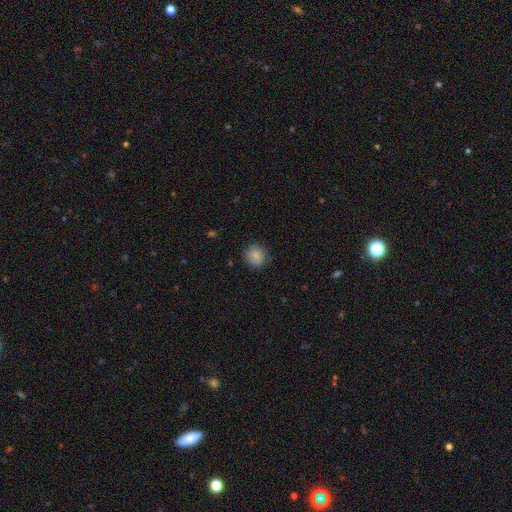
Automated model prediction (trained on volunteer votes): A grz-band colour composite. It shows a smooth galaxy with no disk features (85%) that is round (88%). Merging: none (84%).